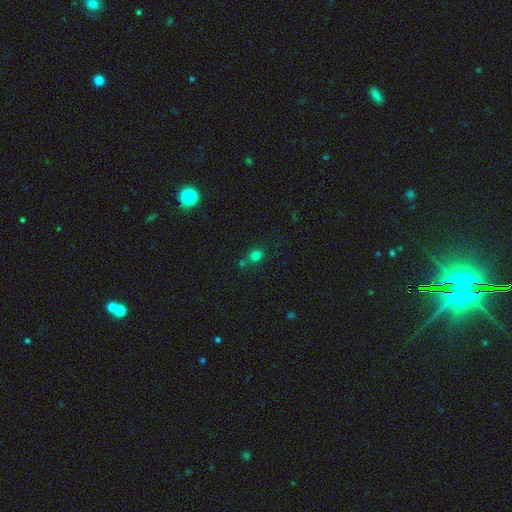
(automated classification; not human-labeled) A smooth galaxy with no disk features (73%) that is round (75%). Merging: none (66%).